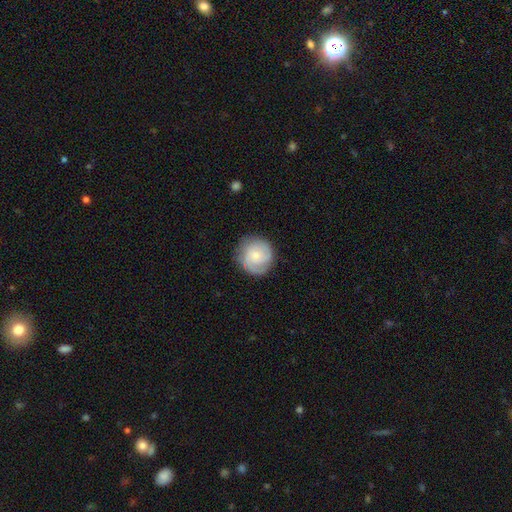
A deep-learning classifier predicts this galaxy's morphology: Smooth or featured: featured or disk — 55% (smooth — 39%)
Edge-on disk: no — 98% (yes — 2%)
Bar: no — 70% (weak — 26%)
Spiral arms: yes — 91% (no — 9%)
Bulge size: small — 49% (moderate — 32%)
Merging: none — 80% (minor disturbance — 14%)